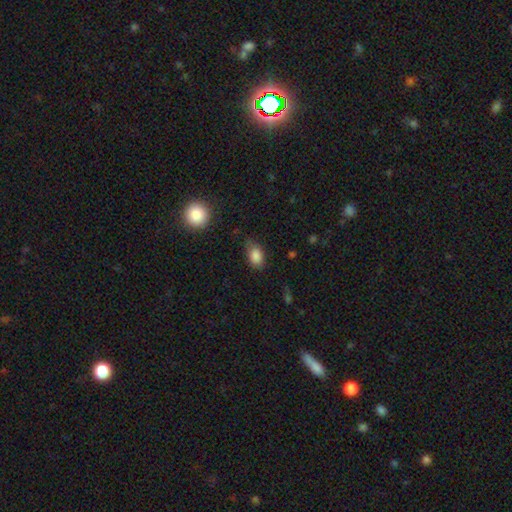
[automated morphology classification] Smooth or featured?
  - smooth: 85% *
  - star or artifact: 9%
  - featured or disk: 6%
How rounded?
  - in between: 87% *
  - round: 11%
  - cigar-shaped: 2%
Merging?
  - none: 67% *
  - minor disturbance: 26%
  - major disturbance: 5%
  - merger: 2%